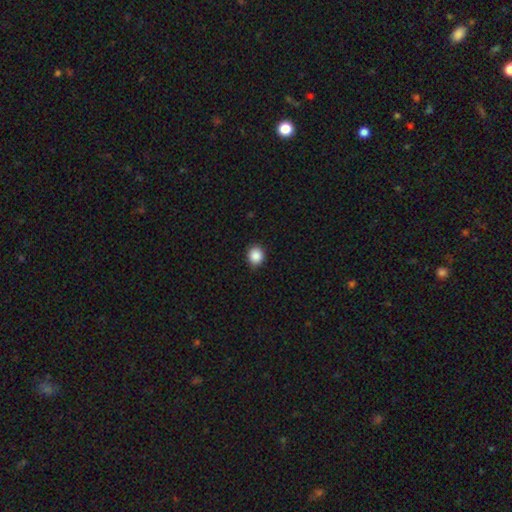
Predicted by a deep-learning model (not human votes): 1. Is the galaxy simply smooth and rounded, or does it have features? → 88% smooth, 9% star or artifact, 3% featured or disk.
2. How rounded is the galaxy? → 82% round, 17% in between, 1% cigar-shaped.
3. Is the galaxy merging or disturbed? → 88% none, 9% minor disturbance, 2% major disturbance, 1% merger.